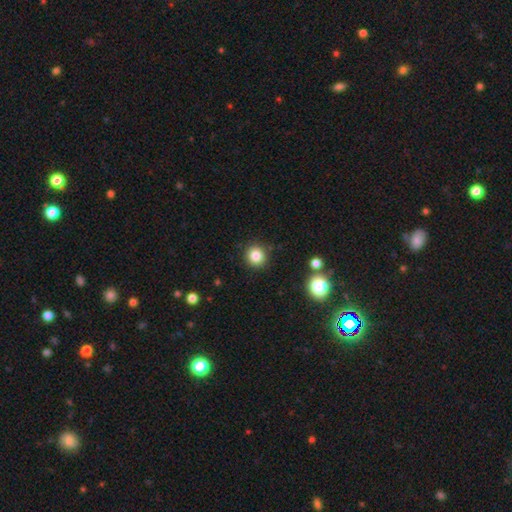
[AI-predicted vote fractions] Smooth or featured?
  - smooth: 84% *
  - star or artifact: 11%
  - featured or disk: 5%
How rounded?
  - round: 92% *
  - in between: 7%
  - cigar-shaped: 1%
Merging?
  - none: 90% *
  - minor disturbance: 6%
  - major disturbance: 2%
  - merger: 2%